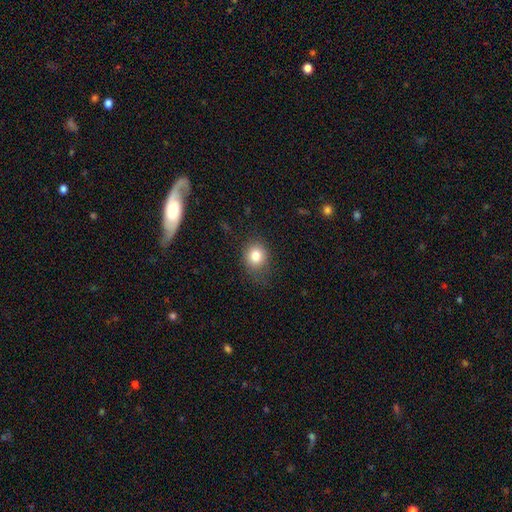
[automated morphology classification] type=smooth (80%); roundness=round (72%); merging=none (72%).